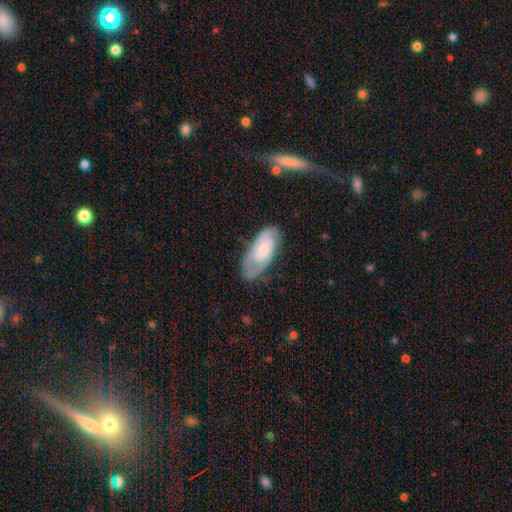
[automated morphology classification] Q: Smooth or featured?
A: featured or disk (61%); runner-up: smooth (33%)
Q: Edge-on disk?
A: no (92%); runner-up: yes (8%)
Q: Bar?
A: no (65%); runner-up: weak (29%)
Q: Spiral arms?
A: yes (86%); runner-up: no (14%)
Q: Bulge size?
A: small (44%); runner-up: moderate (33%)
Q: Merging?
A: none (67%); runner-up: minor disturbance (23%)